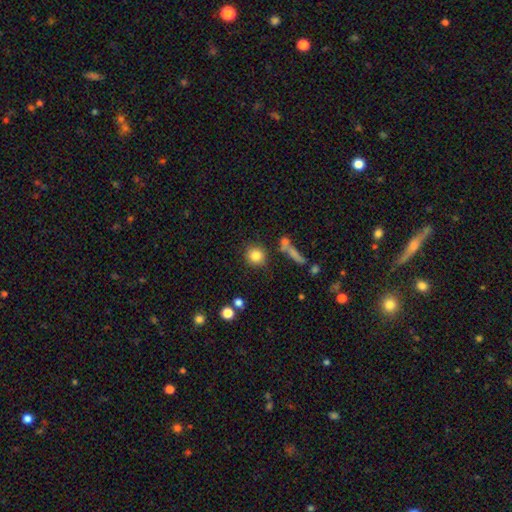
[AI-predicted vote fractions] smooth_or_featured: smooth (p=0.83) [alt: star or artifact p=0.10]
how_rounded: round (p=0.89) [alt: in between p=0.09]
merging: none (p=0.81) [alt: minor disturbance p=0.09]